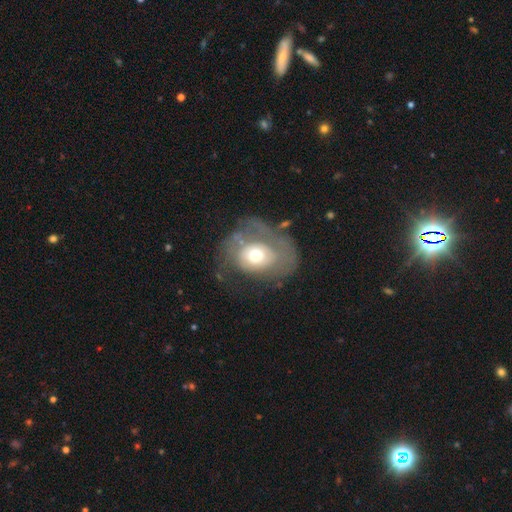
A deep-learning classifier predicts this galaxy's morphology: Smooth or featured?
  - featured or disk: 52% *
  - smooth: 41%
  - star or artifact: 7%
Edge-on disk?
  - no: 96% *
  - yes: 4%
Merging?
  - major disturbance: 38% *
  - none: 34%
  - minor disturbance: 24%
  - merger: 4%